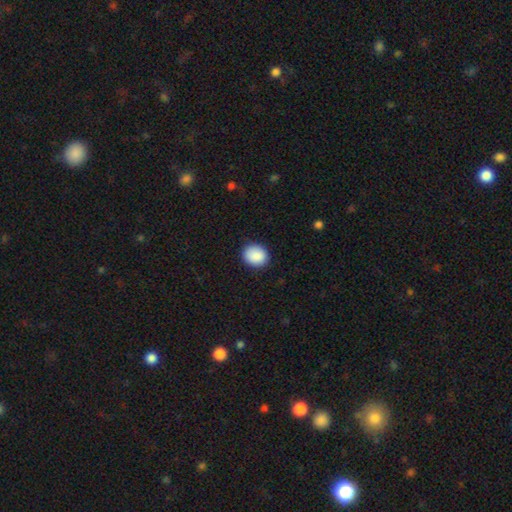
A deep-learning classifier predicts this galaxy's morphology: A smooth galaxy with no disk features (89%) that is round (73%). Merging: none (89%).